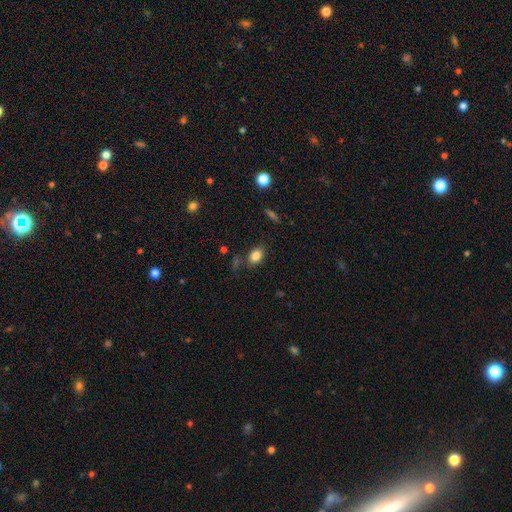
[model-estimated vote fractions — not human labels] Morphology: type=smooth (83%); roundness=in between (79%); merging=none (77%).